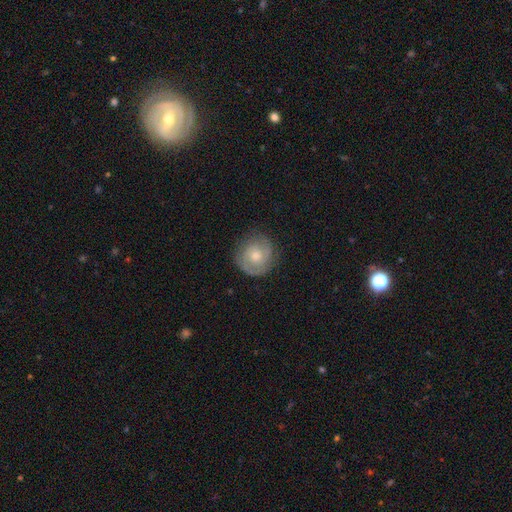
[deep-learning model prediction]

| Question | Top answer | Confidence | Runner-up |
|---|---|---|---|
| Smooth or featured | featured or disk | 59% | smooth (34%) |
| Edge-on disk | no | 98% | yes (2%) |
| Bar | no | 75% | weak (22%) |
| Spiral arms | yes | 84% | no (16%) |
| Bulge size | moderate | 57% | small (30%) |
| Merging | none | 79% | minor disturbance (14%) |